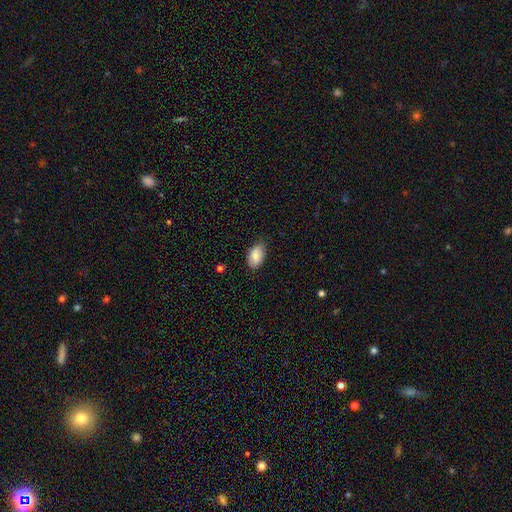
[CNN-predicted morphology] This appears to be a smooth galaxy with no disk features (83%) that is in between round and cigar-shaped (93%). Merging: none (77%).